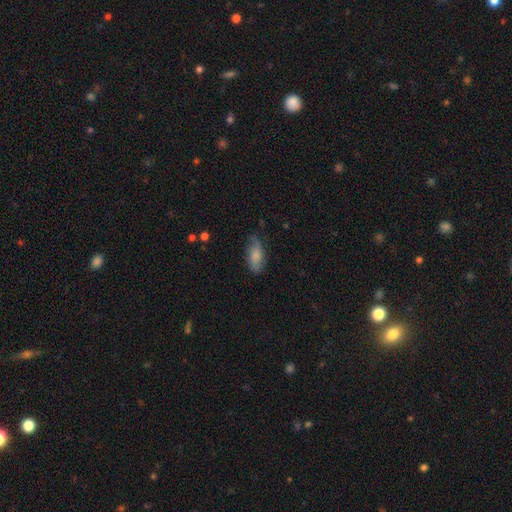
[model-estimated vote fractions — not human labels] Smooth or featured? smooth (71%)
How rounded? in between (80%)
Merging? none (67%)